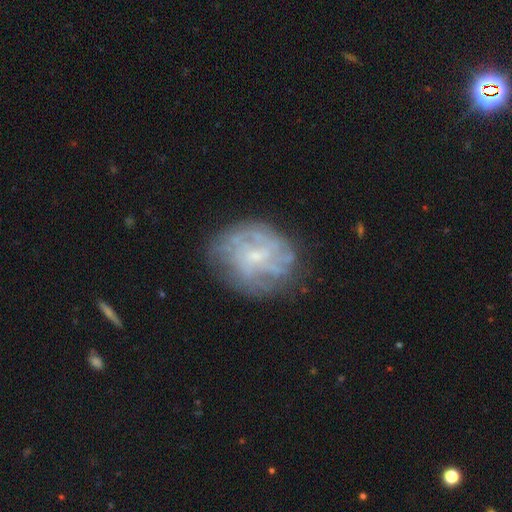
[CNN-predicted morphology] A featured or disk galaxy (68%) with no bar (59%), spiral arms (70%) and a small central bulge (66%).

Vote fractions:
- Smooth or featured? featured or disk: 68% / smooth: 23% / star or artifact: 9%
- Edge-on disk? no: 97% / yes: 3%
- Bar? no: 59% / weak: 35% / strong: 6%
- Spiral arms? yes: 70% / no: 30%
- Bulge size? small: 66% / moderate: 19% / none: 13% / large: 1% / dominant: 1%
- Merging? none: 70% / minor disturbance: 18% / major disturbance: 10% / merger: 2%